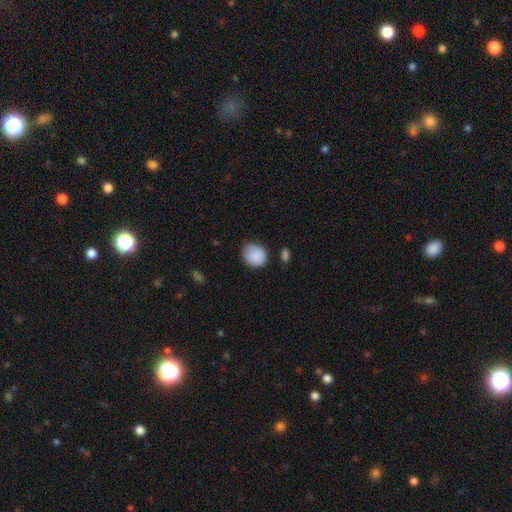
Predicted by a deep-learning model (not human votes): This is clearly a smooth galaxy (88%). How rounded: likely round (71%). Merging: likely none (69%).